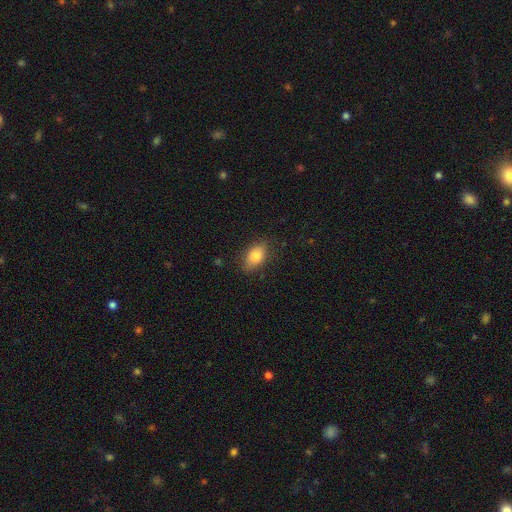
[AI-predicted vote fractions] smooth_or_featured: smooth (p=0.83) [alt: featured or disk p=0.10]
how_rounded: in between (p=0.87) [alt: round p=0.09]
merging: none (p=0.81) [alt: minor disturbance p=0.15]